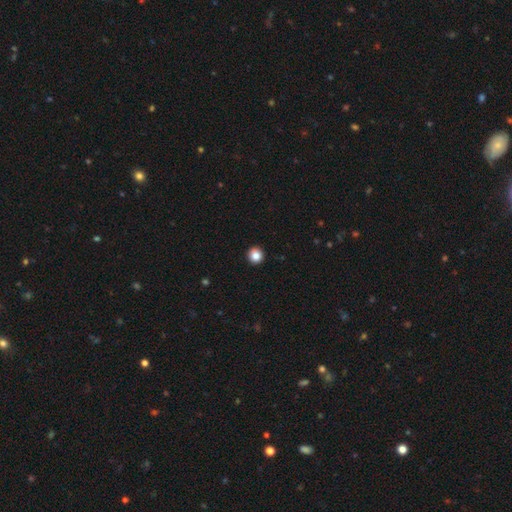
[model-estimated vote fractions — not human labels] The model was most divided on "smooth or featured": smooth: 85%, star or artifact: 10%, featured or disk: 4%. More confident: merging — none (94%); how rounded — round (94%).